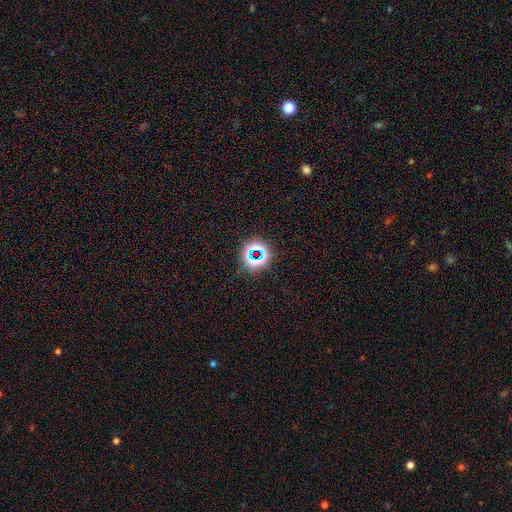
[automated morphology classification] Overall: star or artifact (63%; smooth 26%).